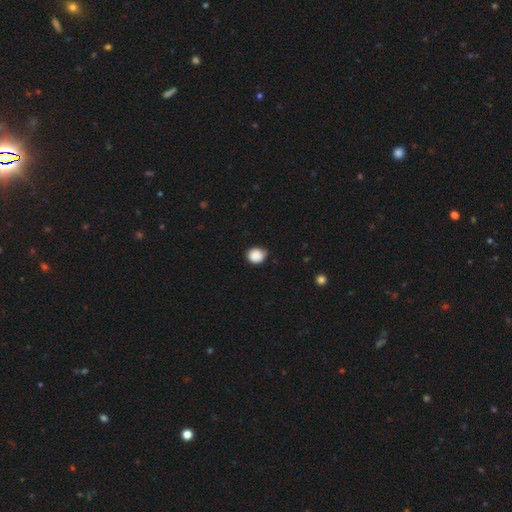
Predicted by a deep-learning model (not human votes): smooth 88%, star or artifact 9%, featured or disk 3%. Down the decision tree: how rounded — round (80%); merging — none (73%).